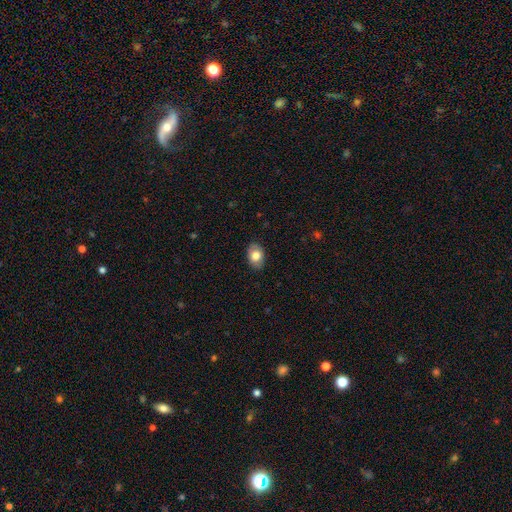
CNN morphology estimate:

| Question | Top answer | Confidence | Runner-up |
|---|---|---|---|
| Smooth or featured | smooth | 77% | featured or disk (16%) |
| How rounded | in between | 84% | round (14%) |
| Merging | none | 85% | minor disturbance (12%) |